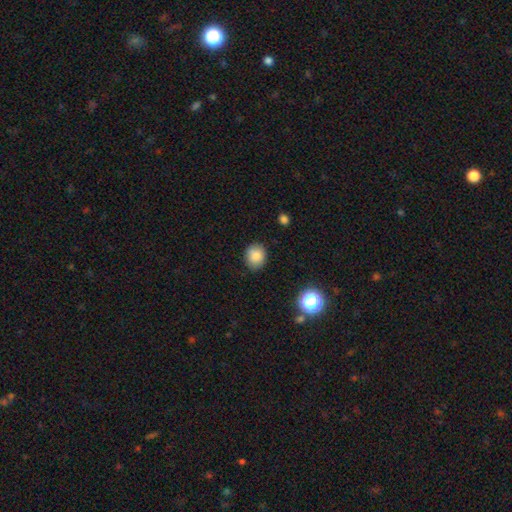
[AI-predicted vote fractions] Q: Smooth or featured?
A: smooth (84%); runner-up: star or artifact (10%)
Q: How rounded?
A: round (68%); runner-up: in between (31%)
Q: Merging?
A: none (83%); runner-up: minor disturbance (12%)